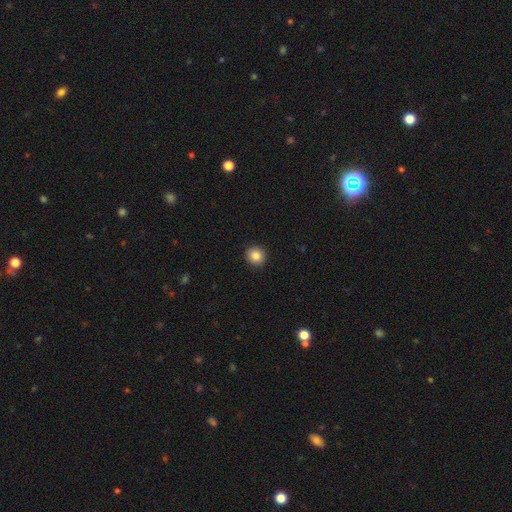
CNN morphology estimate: This is clearly a smooth galaxy (86%). How rounded: clearly round (90%). Merging: clearly none (93%).